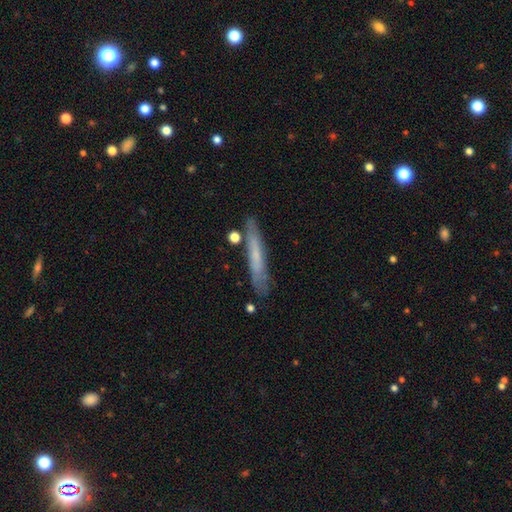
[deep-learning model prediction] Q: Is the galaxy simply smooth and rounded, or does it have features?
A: smooth — 56%.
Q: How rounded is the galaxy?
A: cigar-shaped — 93%.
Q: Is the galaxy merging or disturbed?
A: none — 77%.